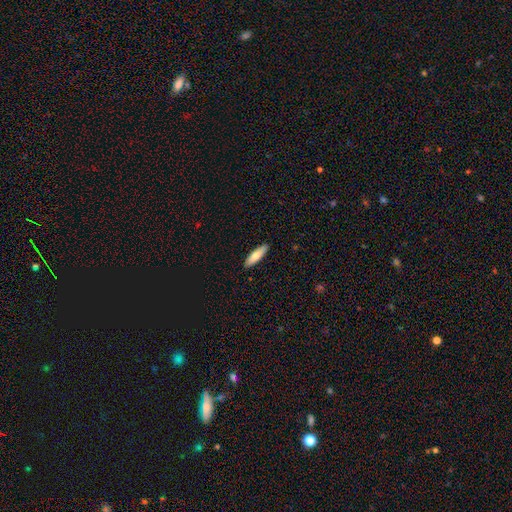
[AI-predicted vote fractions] smooth_or_featured: smooth (p=0.75) [alt: featured or disk p=0.20]
how_rounded: cigar-shaped (p=0.59) [alt: in between p=0.40]
merging: none (p=0.90) [alt: minor disturbance p=0.07]